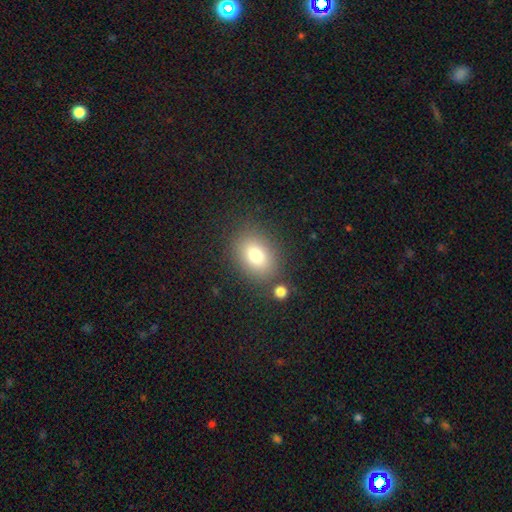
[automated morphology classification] smooth_or_featured: smooth (p=0.80) [alt: star or artifact p=0.10]
how_rounded: in between (p=0.72) [alt: round p=0.26]
merging: none (p=0.80) [alt: minor disturbance p=0.11]